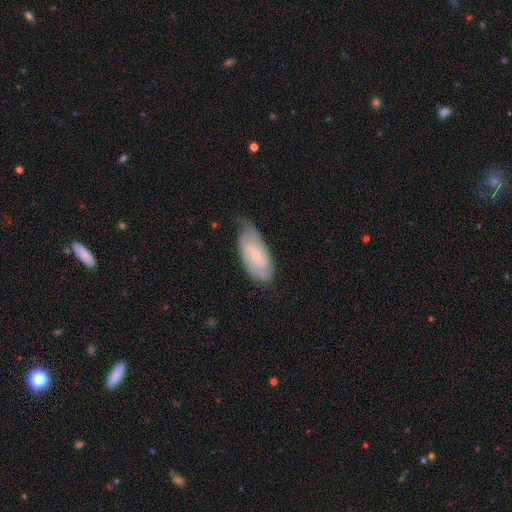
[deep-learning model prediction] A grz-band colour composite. It shows a featured or disk galaxy (82%) with a weak bar (55%), 2 (70%) tight (50%) spiral arms (96%) and a small central bulge (62%). Merging: none (67%).